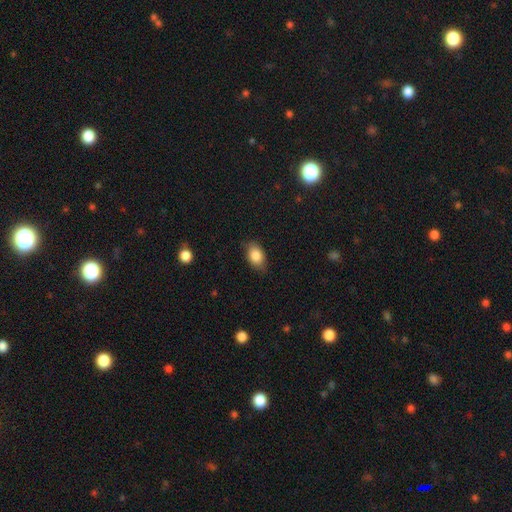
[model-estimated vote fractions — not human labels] A smooth galaxy with no disk features (85%) that is in between round and cigar-shaped (84%). Merging: none (79%).